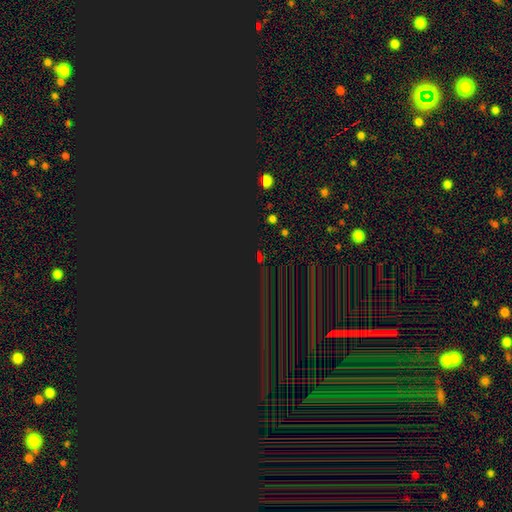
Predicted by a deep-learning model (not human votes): Smooth or featured?
  - star or artifact: 81% *
  - smooth: 12%
  - featured or disk: 7%